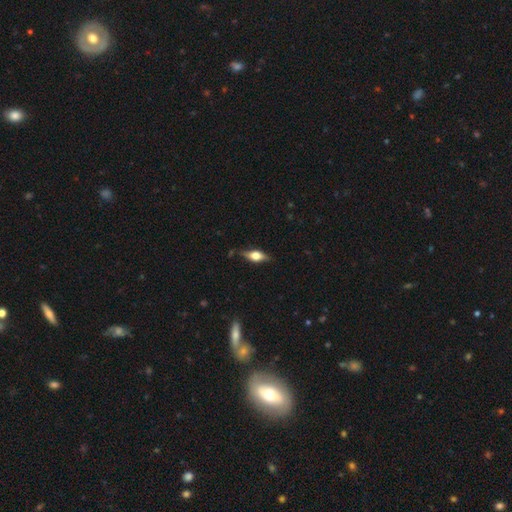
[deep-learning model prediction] Morphology: type=featured or disk (51%); edge-on=yes (91%); merging=none (79%).